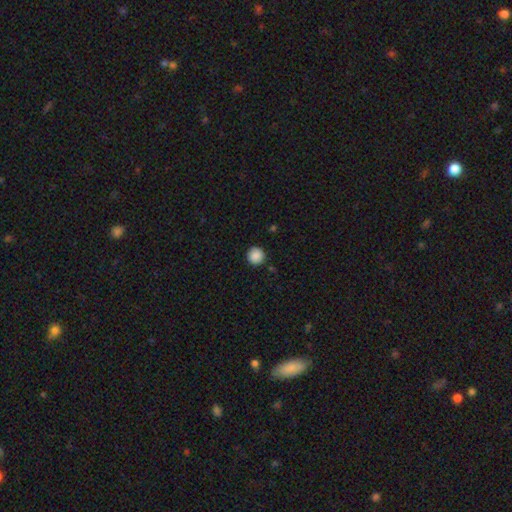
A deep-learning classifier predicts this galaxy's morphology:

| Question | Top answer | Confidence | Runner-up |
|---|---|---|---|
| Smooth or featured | smooth | 88% | star or artifact (9%) |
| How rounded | round | 96% | in between (3%) |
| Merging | none | 92% | minor disturbance (5%) |